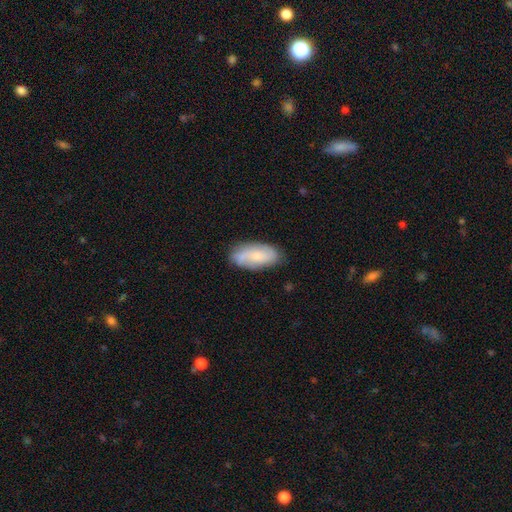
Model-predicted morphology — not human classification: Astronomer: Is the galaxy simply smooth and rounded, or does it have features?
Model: smooth — 48% (runner-up: featured or disk, 45%).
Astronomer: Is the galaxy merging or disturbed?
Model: none — 76%.